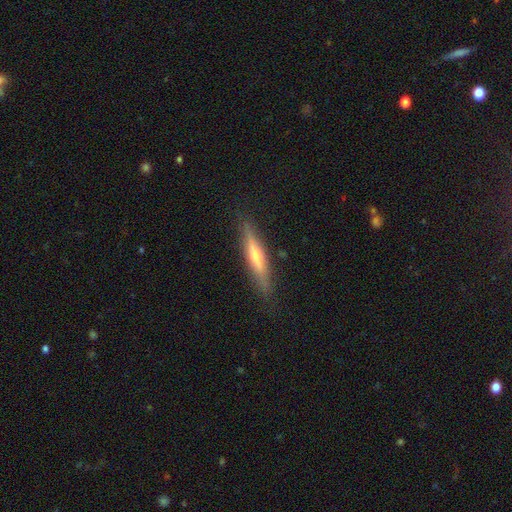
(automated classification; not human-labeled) This appears to be a featured or disk galaxy (47%). Merging: none (87%).